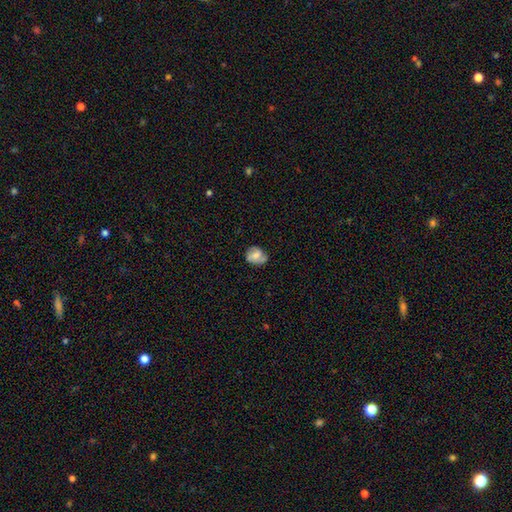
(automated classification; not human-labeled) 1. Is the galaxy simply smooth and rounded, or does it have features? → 55% smooth, 36% featured or disk, 9% star or artifact.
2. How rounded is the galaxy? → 56% round, 43% in between, 1% cigar-shaped.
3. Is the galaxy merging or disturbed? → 60% none, 28% minor disturbance, 9% major disturbance, 3% merger.